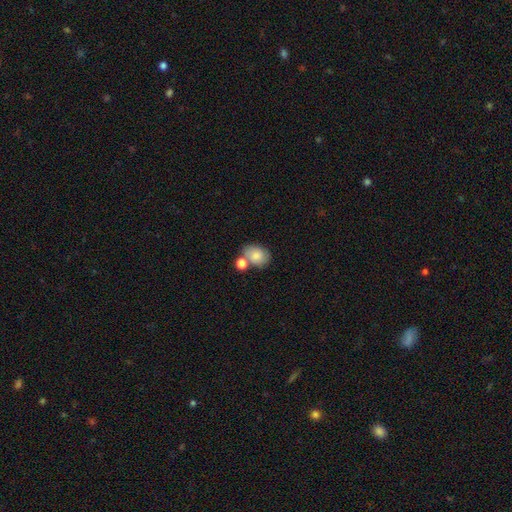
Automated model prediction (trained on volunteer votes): A smooth galaxy with no disk features (78%) that is in between round and cigar-shaped (57%). Merging: none (47%).